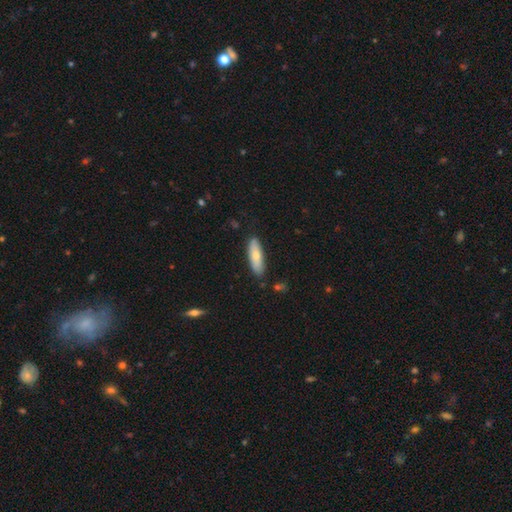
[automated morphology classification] Smooth or featured?
  - smooth: 69% *
  - featured or disk: 25%
  - star or artifact: 6%
How rounded?
  - cigar-shaped: 52% *
  - in between: 46%
  - round: 2%
Merging?
  - none: 84% *
  - minor disturbance: 12%
  - major disturbance: 2%
  - merger: 2%